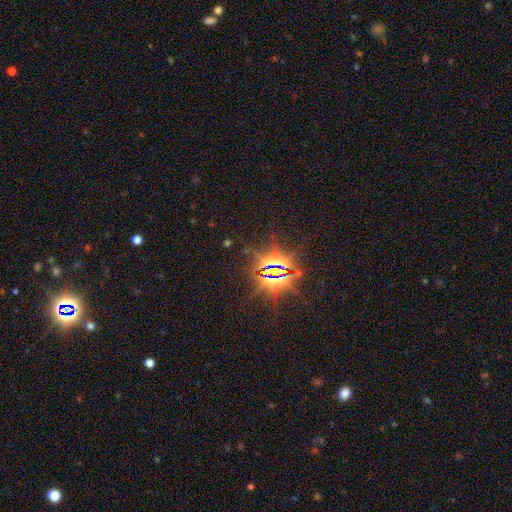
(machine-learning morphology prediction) smooth-or-featured: star or artifact: 87% | smooth: 7% | featured or disk: 6%